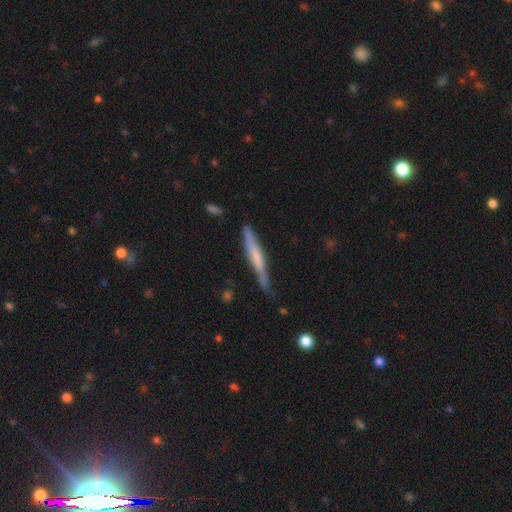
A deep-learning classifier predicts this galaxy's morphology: Smooth or featured?
  - featured or disk: 48% *
  - smooth: 46%
  - star or artifact: 6%
Merging?
  - none: 74% *
  - minor disturbance: 20%
  - major disturbance: 3%
  - merger: 2%